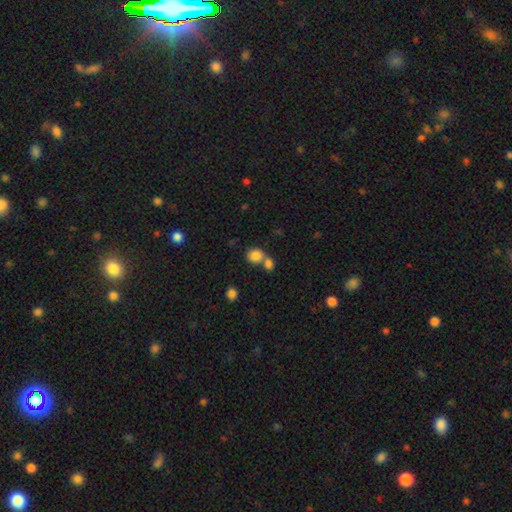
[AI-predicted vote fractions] A smooth galaxy with no disk features (84%) that is round (70%). Merging: merger (47%).